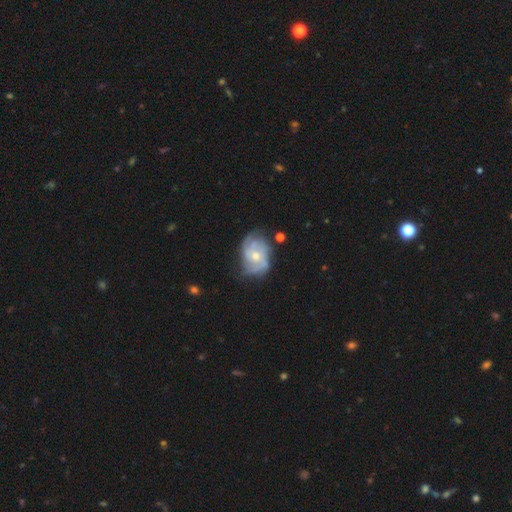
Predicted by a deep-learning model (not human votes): A featured or disk galaxy (79%) with no bar (75%), 3 (31%) tight (45%) spiral arms (91%) and a small central bulge (48%, tied with moderate).

Vote fractions:
- Smooth or featured? featured or disk: 79% / smooth: 15% / star or artifact: 6%
- Edge-on disk? no: 97% / yes: 3%
- Bar? no: 75% / weak: 22% / strong: 4%
- Spiral arms? yes: 91% / no: 9%
- Spiral winding? tight: 45% / medium: 40% / loose: 15%
- Spiral arm count? 3: 31% / can't tell: 26% / 2: 22% / 4: 12% / 1: 5% / more than 4: 5%
- Bulge size? small: 48% (tied) / moderate: 48% (tied) / large: 2% / none: 1% / dominant: 1%
- Merging? none: 62% / minor disturbance: 25% / major disturbance: 10% / merger: 3%